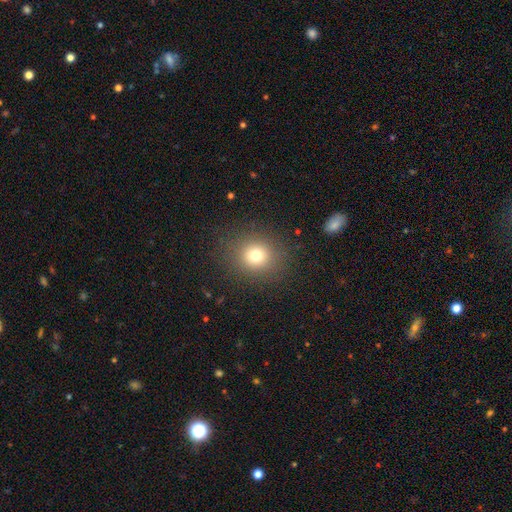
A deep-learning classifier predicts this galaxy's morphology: type=smooth (75%); roundness=round (83%); merging=none (87%).